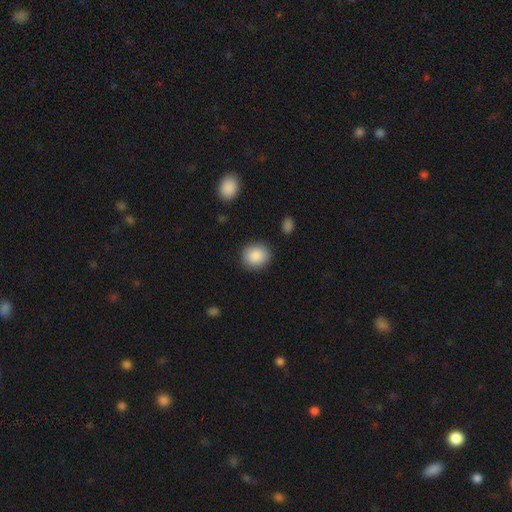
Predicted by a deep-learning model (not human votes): smooth-or-featured: smooth: 89% | star or artifact: 7% | featured or disk: 4%
  how-rounded: round: 76% | in between: 23% | cigar-shaped: 1%
  merging: none: 87% | minor disturbance: 9% | major disturbance: 3% | merger: 2%